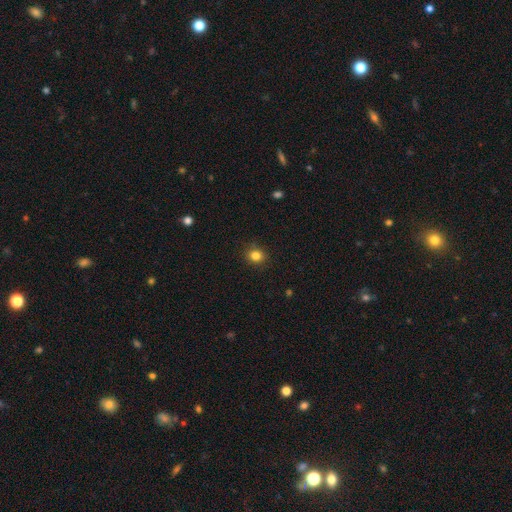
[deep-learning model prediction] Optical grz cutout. It shows a smooth galaxy with no disk features (84%) that is round (76%). Merging: none (89%).